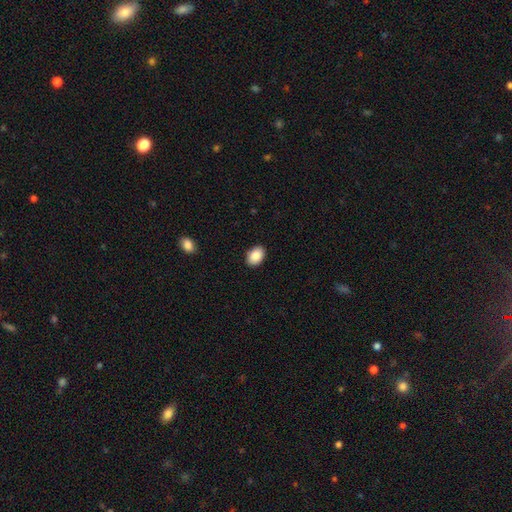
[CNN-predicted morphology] Q: Smooth or featured?
A: smooth (87%); runner-up: star or artifact (7%)
Q: How rounded?
A: in between (83%); runner-up: round (16%)
Q: Merging?
A: none (90%); runner-up: minor disturbance (7%)